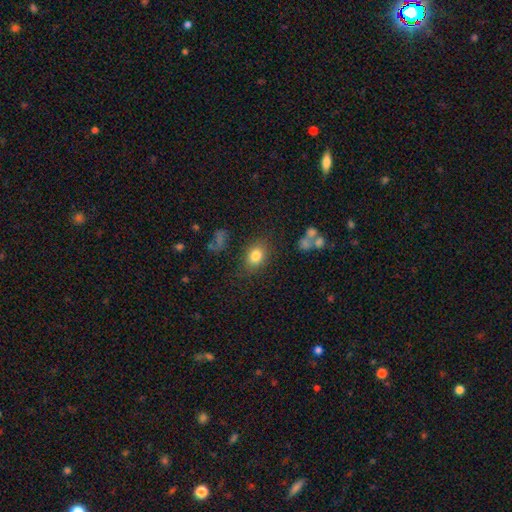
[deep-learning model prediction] A smooth galaxy with no disk features (81%) that is in between round and cigar-shaped (62%). Merging: none (79%).